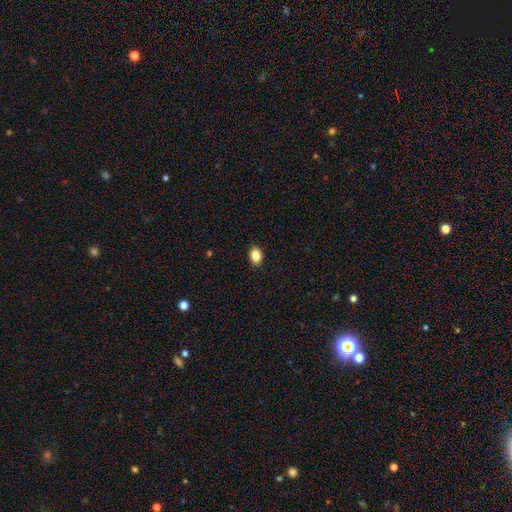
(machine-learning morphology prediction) type=smooth (85%); roundness=in between (74%); merging=none (90%).